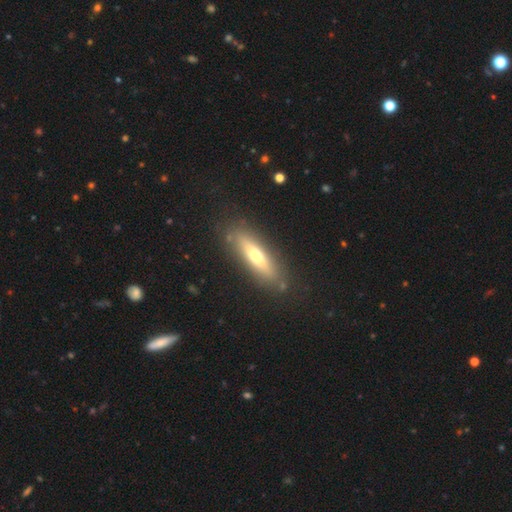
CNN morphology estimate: smooth-or-featured: smooth: 54% | featured or disk: 39% | star or artifact: 7%
  how-rounded: cigar-shaped: 67% | in between: 31% | round: 2%
  merging: none: 83% | minor disturbance: 11% | major disturbance: 3% | merger: 2%